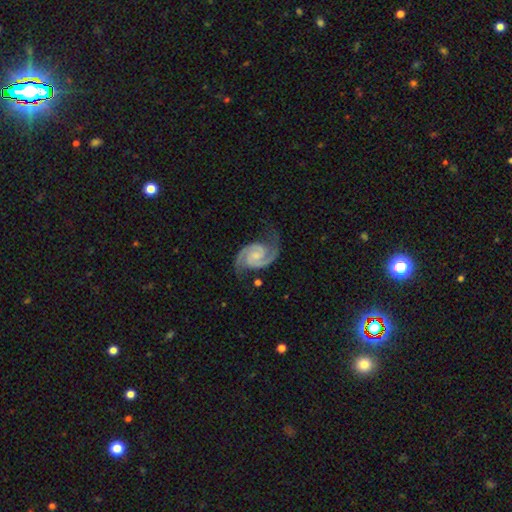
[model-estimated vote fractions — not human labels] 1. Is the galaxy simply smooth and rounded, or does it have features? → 93% featured or disk, 4% star or artifact, 3% smooth.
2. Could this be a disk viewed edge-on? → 98% no, 2% yes.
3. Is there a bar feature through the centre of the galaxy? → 55% no, 35% weak, 10% strong.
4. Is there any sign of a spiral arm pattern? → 99% yes, 1% no.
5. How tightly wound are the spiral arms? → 53% medium, 38% tight, 9% loose.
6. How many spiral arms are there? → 94% 2, 2% 3, 1% can't tell, 1% 1, 1% 4, 1% more than 4.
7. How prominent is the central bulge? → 47% small, 28% moderate, 22% none, 2% large, 1% dominant.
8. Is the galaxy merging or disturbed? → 75% none, 17% minor disturbance, 6% major disturbance, 2% merger.